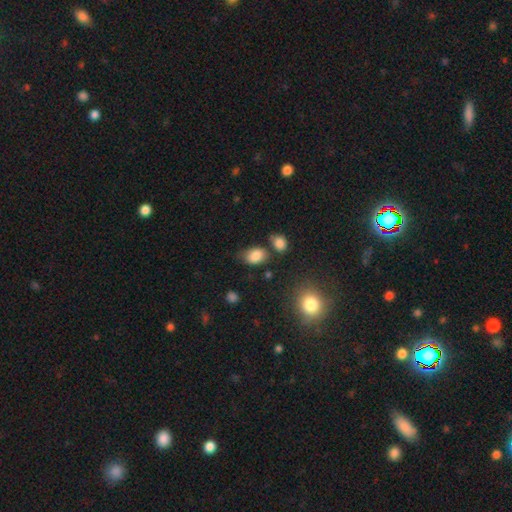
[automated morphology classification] Smooth or featured? Predicted: smooth (p=0.83). How rounded? Predicted: in between (p=0.83). Merging? Predicted: none (p=0.63).